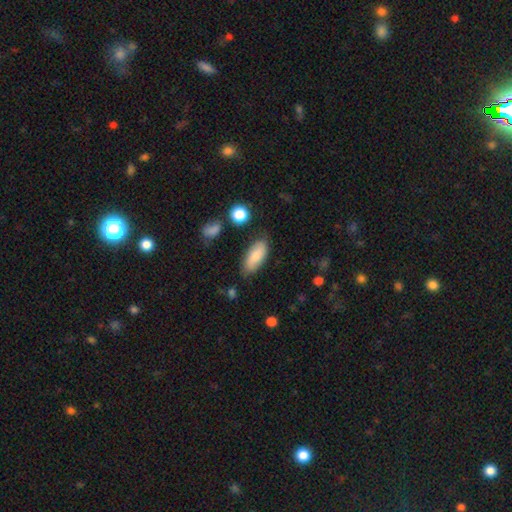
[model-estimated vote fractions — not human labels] Smooth or featured?
  - smooth: 78% *
  - featured or disk: 16%
  - star or artifact: 7%
How rounded?
  - in between: 86% *
  - cigar-shaped: 12%
  - round: 2%
Merging?
  - none: 76% *
  - minor disturbance: 17%
  - major disturbance: 4%
  - merger: 3%